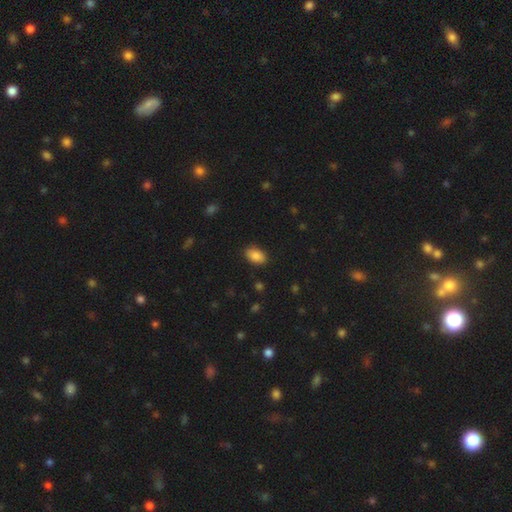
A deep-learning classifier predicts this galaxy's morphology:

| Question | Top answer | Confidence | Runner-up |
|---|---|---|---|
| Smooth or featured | smooth | 87% | star or artifact (8%) |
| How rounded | in between | 91% | round (7%) |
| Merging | none | 88% | minor disturbance (9%) |